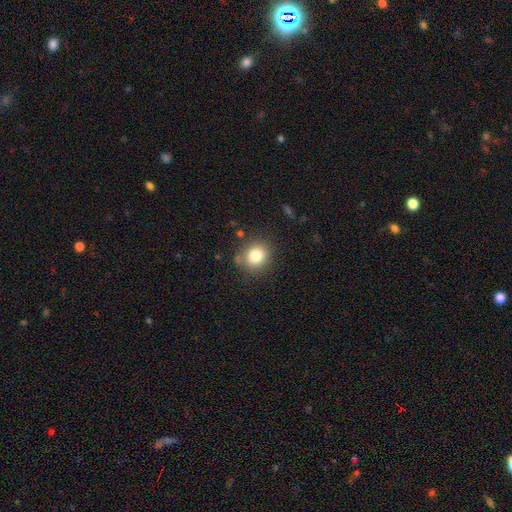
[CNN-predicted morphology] type=smooth (81%); roundness=round (84%); merging=none (81%).